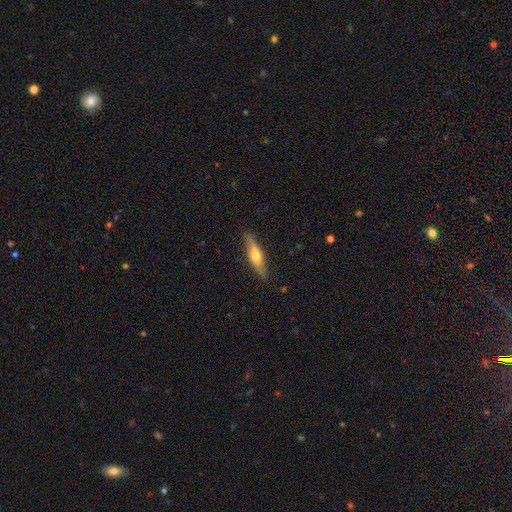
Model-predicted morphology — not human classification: Overall: featured or disk (48%; smooth 46%). Merging: none (85%).